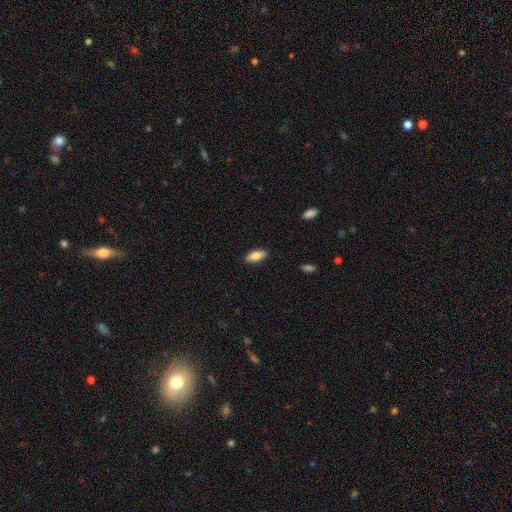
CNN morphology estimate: Smooth or featured?
  - smooth: 82% *
  - featured or disk: 12%
  - star or artifact: 6%
How rounded?
  - in between: 84% *
  - cigar-shaped: 14%
  - round: 2%
Merging?
  - none: 87% *
  - minor disturbance: 10%
  - major disturbance: 2%
  - merger: 1%